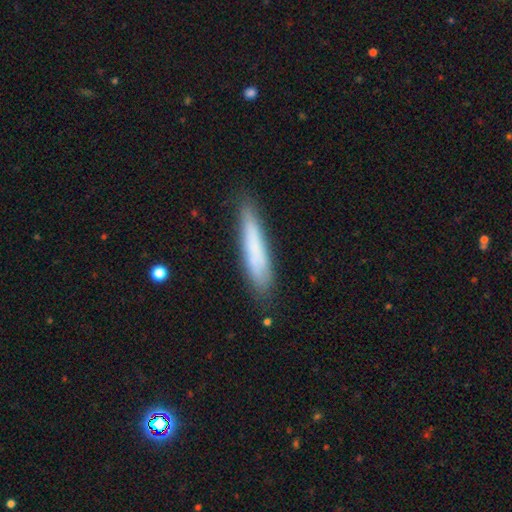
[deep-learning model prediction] Smooth or featured?
  - smooth: 72% *
  - featured or disk: 21%
  - star or artifact: 7%
How rounded?
  - cigar-shaped: 90% *
  - in between: 9%
  - round: 1%
Merging?
  - none: 83% *
  - minor disturbance: 13%
  - major disturbance: 3%
  - merger: 2%